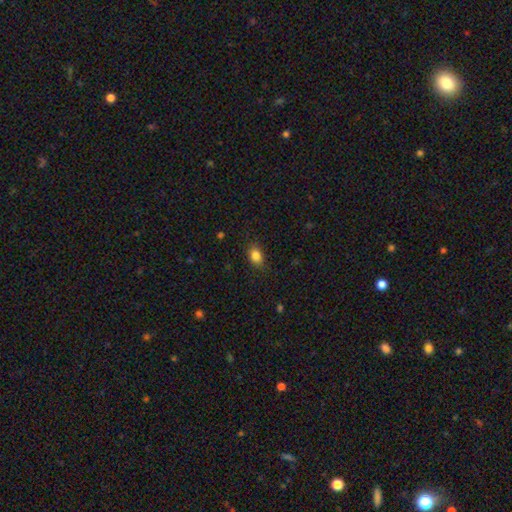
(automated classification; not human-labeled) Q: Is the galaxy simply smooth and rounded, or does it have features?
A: smooth — 85%.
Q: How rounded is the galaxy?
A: in between — 73%.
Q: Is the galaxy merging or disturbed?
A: none — 81%.